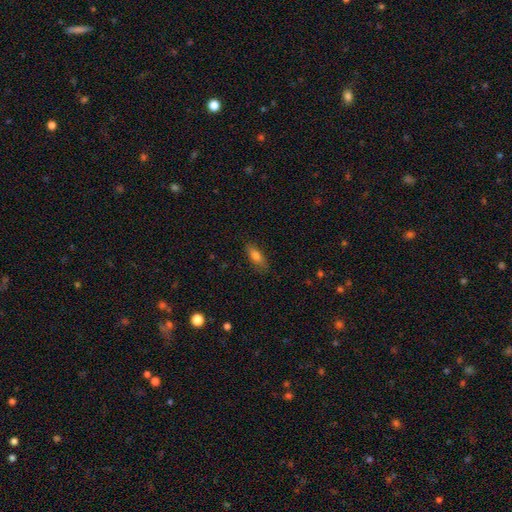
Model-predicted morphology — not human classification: Smooth or featured? smooth (77%)
How rounded? in between (74%)
Merging? none (81%)